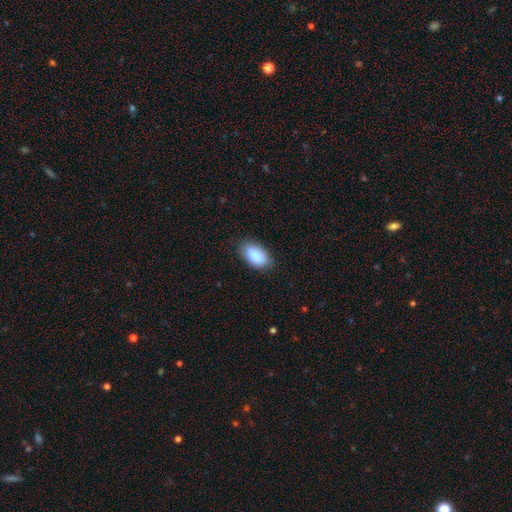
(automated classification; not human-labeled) Smooth or featured: smooth — 90% (star or artifact — 6%)
How rounded: in between — 94% (round — 4%)
Merging: none — 83% (minor disturbance — 13%)